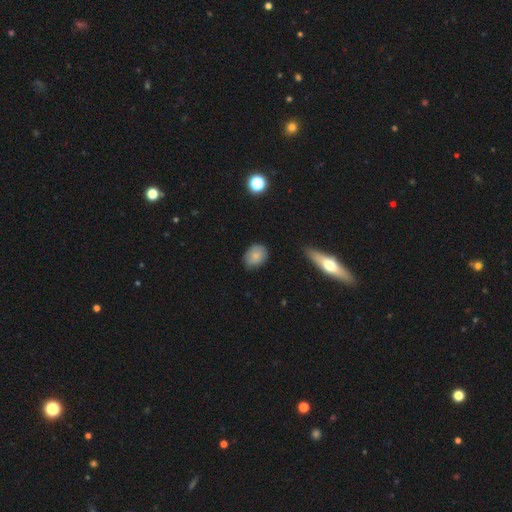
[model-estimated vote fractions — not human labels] A smooth galaxy with no disk features (77%) that is in between round and cigar-shaped (61%).

Vote fractions:
- Smooth or featured? smooth: 77% / featured or disk: 15% / star or artifact: 8%
- How rounded? in between: 61% / round: 37% / cigar-shaped: 2%
- Merging? none: 73% / minor disturbance: 21% / major disturbance: 4% / merger: 2%